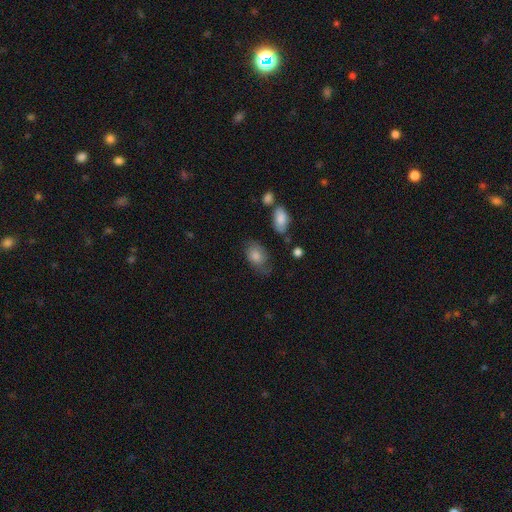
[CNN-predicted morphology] Q: Smooth or featured?
A: smooth (70%); runner-up: featured or disk (21%)
Q: How rounded?
A: in between (81%); runner-up: round (17%)
Q: Merging?
A: none (53%); runner-up: minor disturbance (30%)